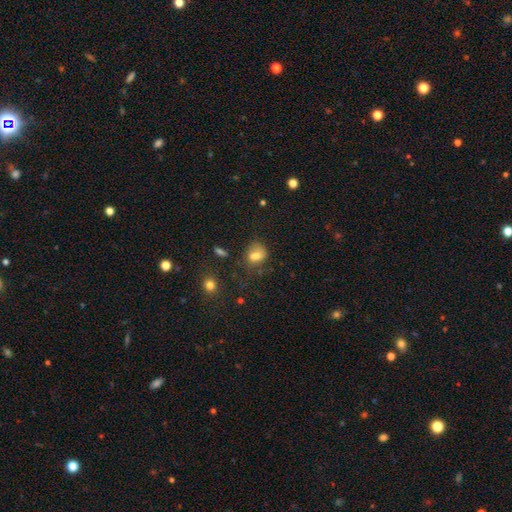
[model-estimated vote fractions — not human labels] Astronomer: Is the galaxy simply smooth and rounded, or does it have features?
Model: smooth — 70%.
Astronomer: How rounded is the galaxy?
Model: in between — 50% (runner-up: round, 48%).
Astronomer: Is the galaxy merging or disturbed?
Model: none — 41% (runner-up: merger, 24%).